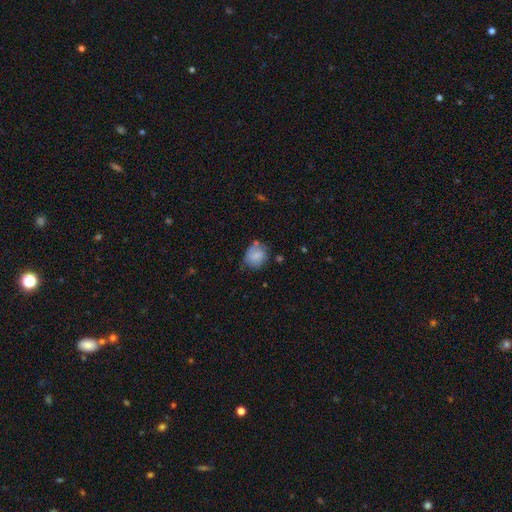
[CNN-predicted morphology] Smooth or featured? smooth (71%)
How rounded? round (61%)
Merging? none (57%)